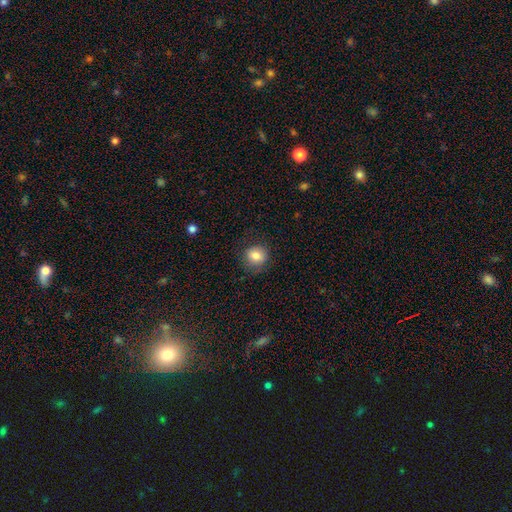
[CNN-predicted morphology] smooth_or_featured: smooth (p=0.83) [alt: star or artifact p=0.10]
how_rounded: round (p=0.78) [alt: in between p=0.21]
merging: none (p=0.81) [alt: minor disturbance p=0.14]